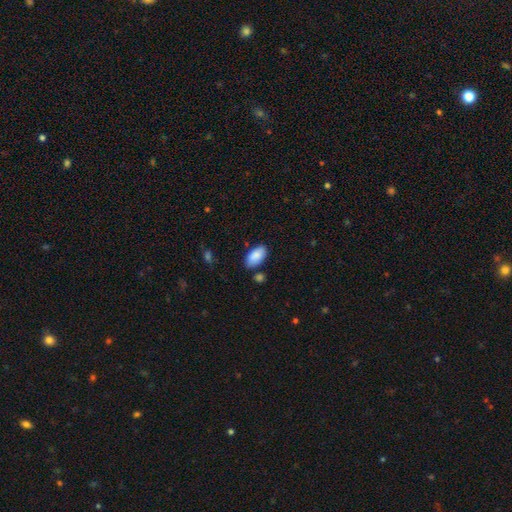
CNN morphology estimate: Overall: smooth (88%). How rounded: in between (95%). Merging: none (80%).